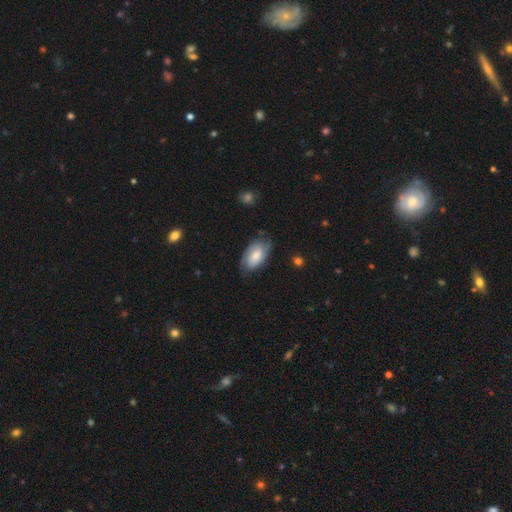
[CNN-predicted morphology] smooth_or_featured: smooth (p=0.62) [alt: featured or disk p=0.32]
how_rounded: in between (p=0.93) [alt: round p=0.04]
merging: none (p=0.69) [alt: minor disturbance p=0.24]